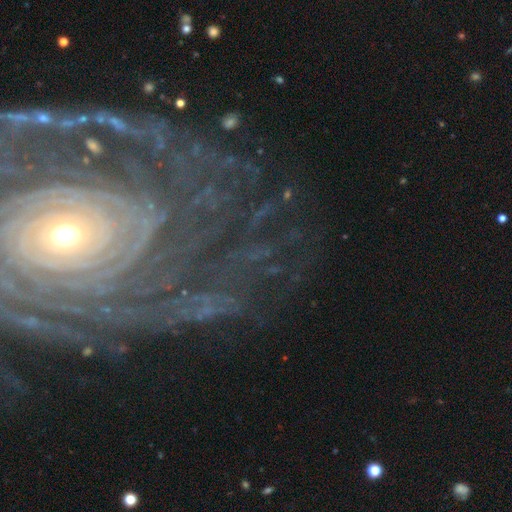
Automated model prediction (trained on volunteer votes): The model was most divided on "spiral arm count": more than 4: 27%, can't tell: 25%, 4: 14%, 3: 12%, 2: 12%, 1: 10%. More confident: edge-on disk — no (96%); spiral arms — yes (95%); smooth or featured — featured or disk (81%); spiral winding — tight (79%); merging — none (72%); bulge size — small (64%); bar — no (58%).